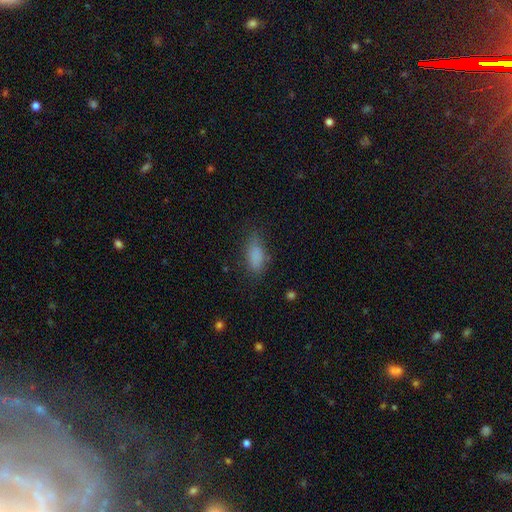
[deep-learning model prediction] Morphology: type=smooth (83%); roundness=in between (78%); merging=none (68%).